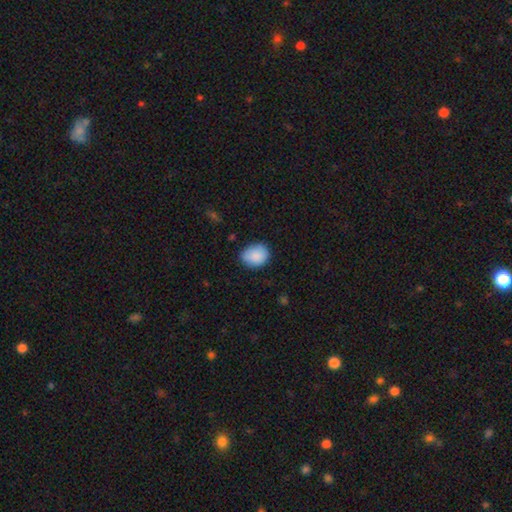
Morphology: type=smooth (97%); roundness=round (59%); merging=none (92%).